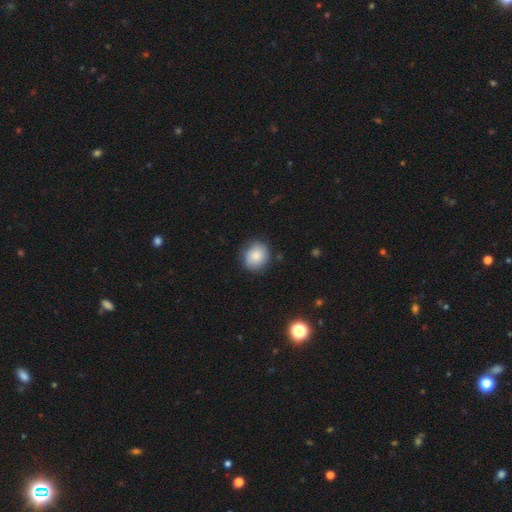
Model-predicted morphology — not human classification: Smooth or featured? smooth (84%)
How rounded? round (70%)
Merging? none (83%)